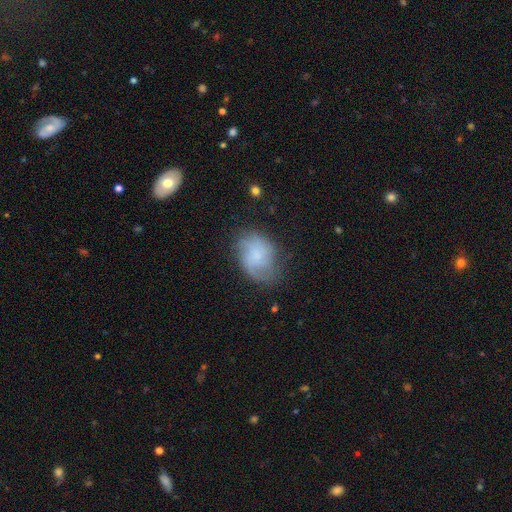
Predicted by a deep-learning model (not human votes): Smooth or featured?
  - featured or disk: 46% *
  - smooth: 45%
  - star or artifact: 9%
Merging?
  - none: 56% *
  - minor disturbance: 28%
  - major disturbance: 14%
  - merger: 2%